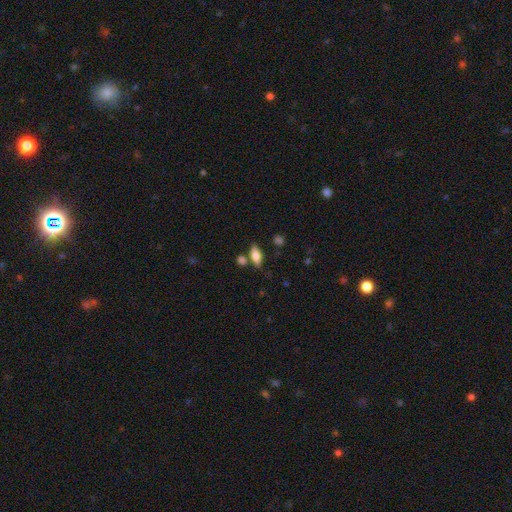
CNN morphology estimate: type=smooth (69%); roundness=in between (75%); merging=none (75%).